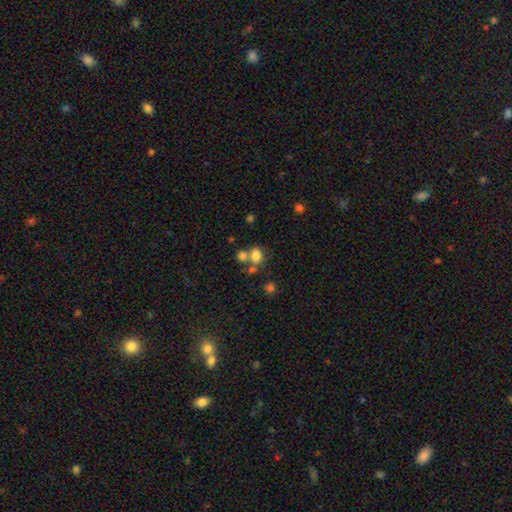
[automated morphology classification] The model was most divided on "how rounded": round: 54%, in between: 45%, cigar-shaped: 1%. Remaining: smooth or featured — smooth (77%); merging — none (49%).